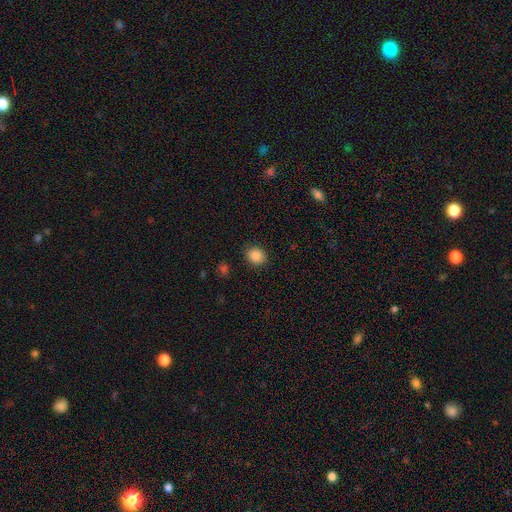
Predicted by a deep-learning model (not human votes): A smooth galaxy with no disk features (87%) that is round (74%).

Vote fractions:
- Smooth or featured? smooth: 87% / star or artifact: 10% / featured or disk: 3%
- How rounded? round: 74% / in between: 25% / cigar-shaped: 1%
- Merging? none: 88% / minor disturbance: 8% / major disturbance: 2% / merger: 1%